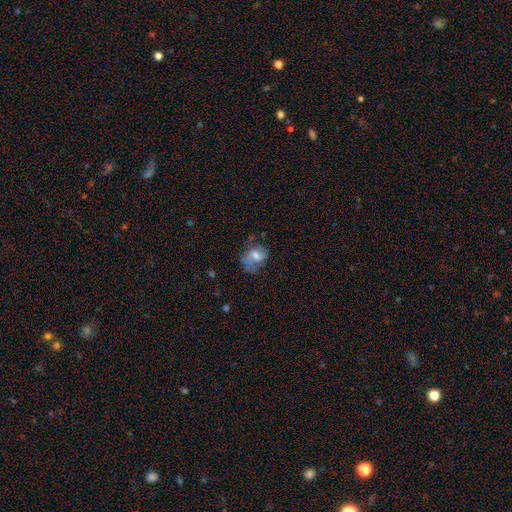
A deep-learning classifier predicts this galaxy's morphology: Overall: smooth (53%; featured or disk 37%). How rounded: in between (62%; round 37%). Merging: none (38%; major disturbance 30%).